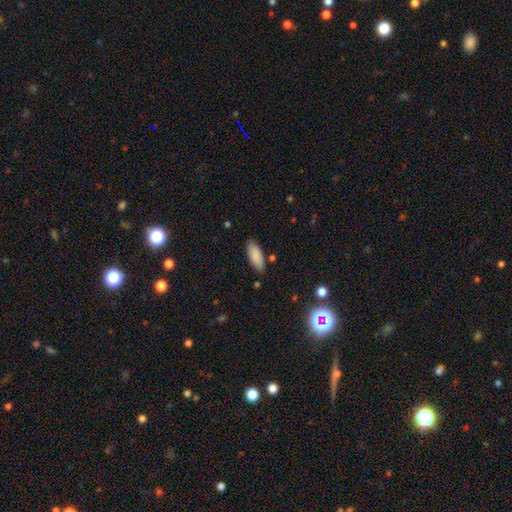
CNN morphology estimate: smooth_or_featured: smooth (p=0.88) [alt: star or artifact p=0.06]
how_rounded: in between (p=0.77) [alt: cigar-shaped p=0.22]
merging: none (p=0.84) [alt: minor disturbance p=0.12]